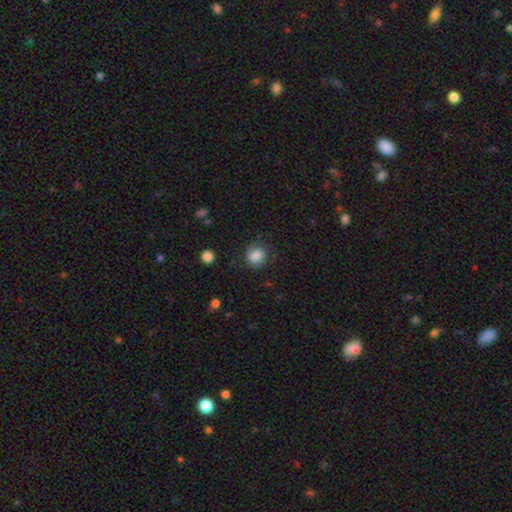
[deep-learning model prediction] smooth-or-featured: smooth: 82% | featured or disk: 9% | star or artifact: 9%
  how-rounded: round: 70% | in between: 29% | cigar-shaped: 1%
  merging: none: 77% | minor disturbance: 16% | major disturbance: 6% | merger: 2%